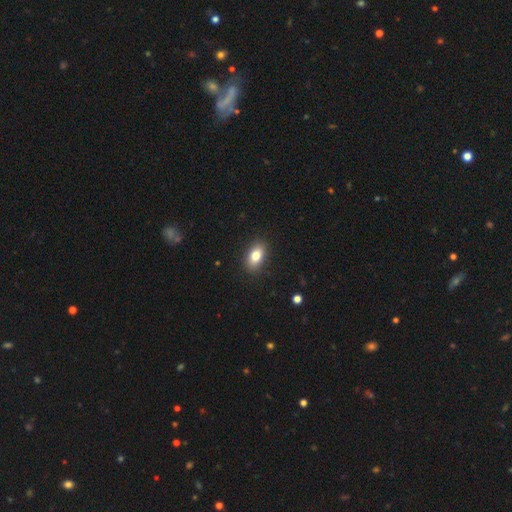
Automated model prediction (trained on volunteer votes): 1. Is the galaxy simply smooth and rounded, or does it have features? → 81% smooth, 11% featured or disk, 8% star or artifact.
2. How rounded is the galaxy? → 88% in between, 9% round, 3% cigar-shaped.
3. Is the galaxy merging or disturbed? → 88% none, 9% minor disturbance, 2% major disturbance, 1% merger.